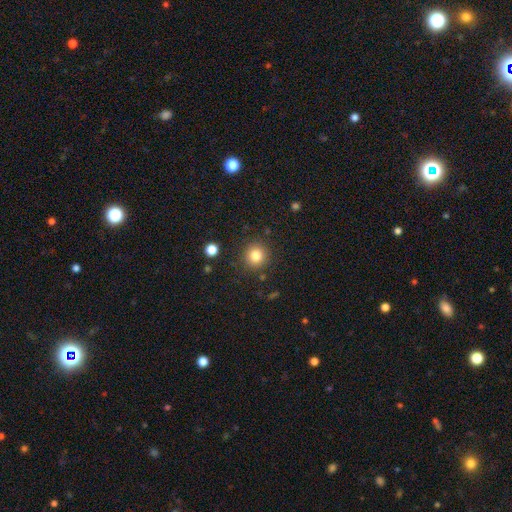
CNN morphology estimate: type=smooth (81%); roundness=round (92%); merging=none (89%).